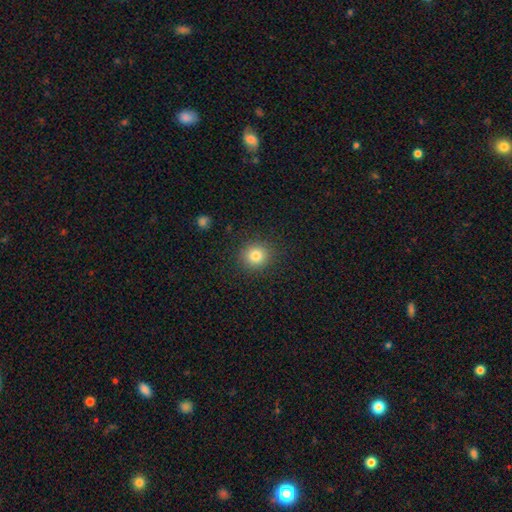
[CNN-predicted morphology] This appears to be a smooth galaxy with no disk features (82%) that is round (88%). Merging: none (90%).